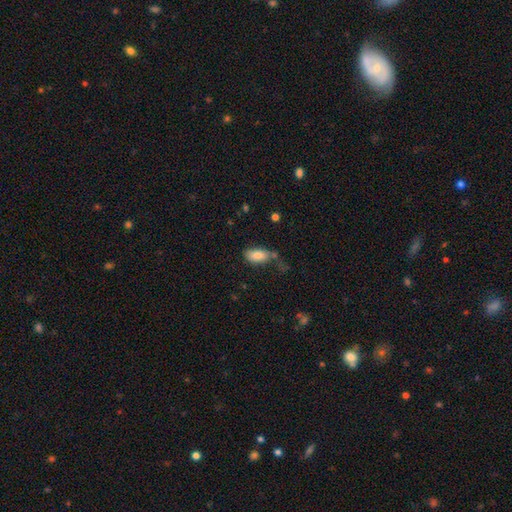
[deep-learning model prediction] This appears to be a smooth galaxy with no disk features (82%) that is in between round and cigar-shaped (92%). Merging: none (51%).